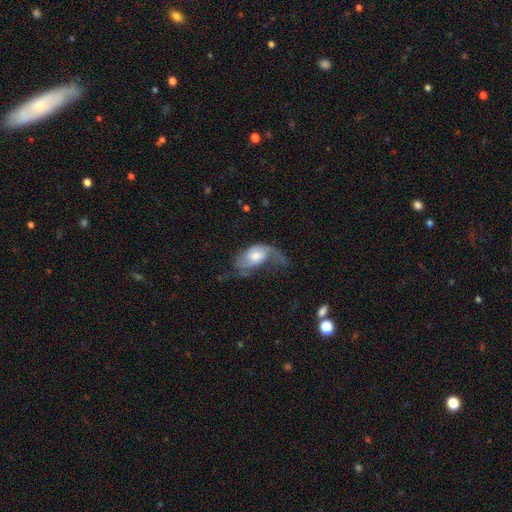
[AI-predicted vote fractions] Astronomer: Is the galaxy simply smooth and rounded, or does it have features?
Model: featured or disk — 56% (runner-up: smooth, 37%).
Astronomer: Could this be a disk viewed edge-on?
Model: no — 94%.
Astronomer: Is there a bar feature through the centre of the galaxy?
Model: no — 70%.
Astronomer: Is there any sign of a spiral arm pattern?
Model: yes — 76%.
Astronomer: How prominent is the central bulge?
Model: moderate — 57%.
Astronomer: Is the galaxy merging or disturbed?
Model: major disturbance — 49% (runner-up: none, 25%).